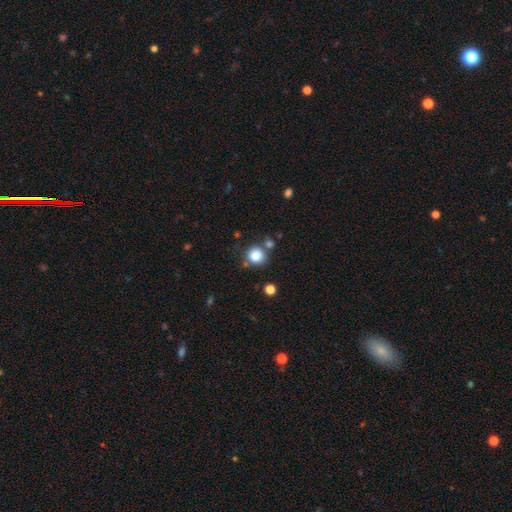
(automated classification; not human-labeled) Morphology: type=smooth (83%); roundness=round (90%); merging=none (75%).